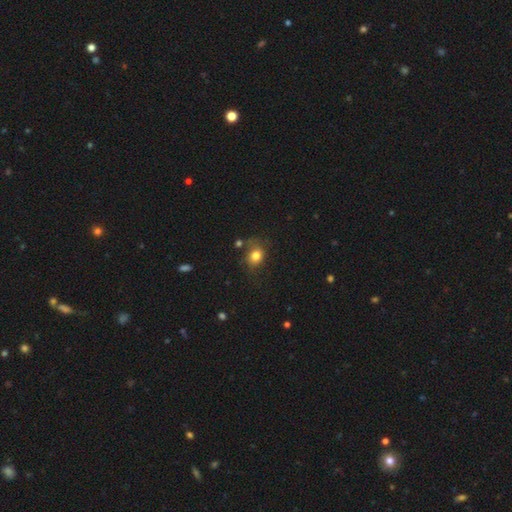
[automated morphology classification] The model was most divided on "how rounded": round: 60%, in between: 39%, cigar-shaped: 1%. More confident: smooth or featured — smooth (80%); merging — none (61%).